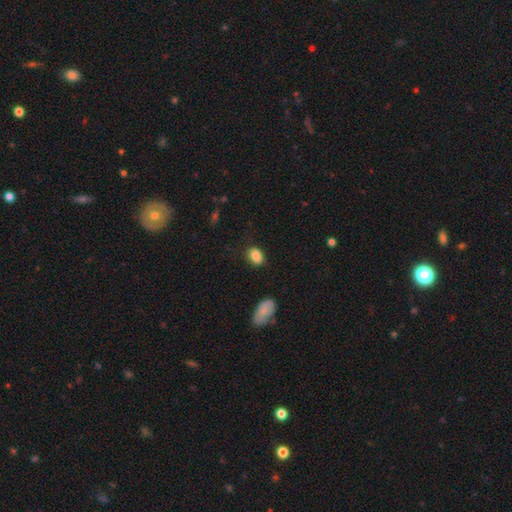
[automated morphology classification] Q: Smooth or featured?
A: smooth (87%); runner-up: star or artifact (8%)
Q: How rounded?
A: in between (73%); runner-up: round (25%)
Q: Merging?
A: none (79%); runner-up: minor disturbance (15%)